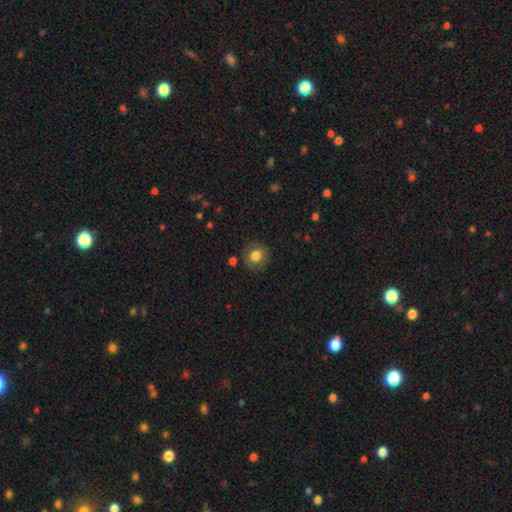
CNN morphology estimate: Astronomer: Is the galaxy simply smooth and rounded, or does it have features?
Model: smooth — 75%.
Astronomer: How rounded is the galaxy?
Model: round — 81%.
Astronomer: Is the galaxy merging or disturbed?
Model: none — 83%.